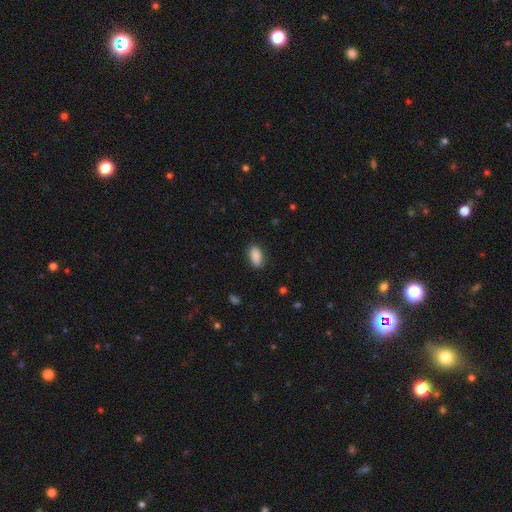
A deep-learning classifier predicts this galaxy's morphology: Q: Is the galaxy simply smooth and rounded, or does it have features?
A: smooth — 88%.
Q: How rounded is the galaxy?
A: in between — 92%.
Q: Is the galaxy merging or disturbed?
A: none — 81%.